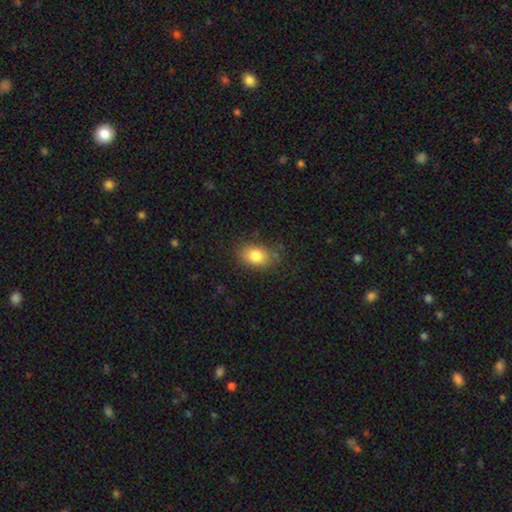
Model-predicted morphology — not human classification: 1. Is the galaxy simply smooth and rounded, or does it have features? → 82% smooth, 9% featured or disk, 9% star or artifact.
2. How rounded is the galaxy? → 79% in between, 20% round, 1% cigar-shaped.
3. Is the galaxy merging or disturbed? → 76% none, 17% minor disturbance, 5% major disturbance, 2% merger.